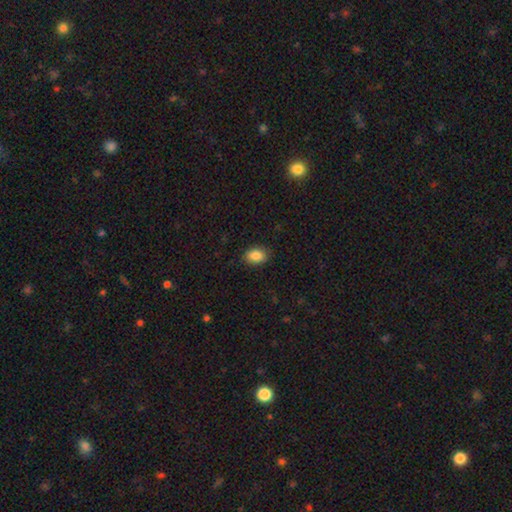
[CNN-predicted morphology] Smooth or featured: smooth — 87% (star or artifact — 8%)
How rounded: in between — 78% (round — 21%)
Merging: none — 87% (minor disturbance — 10%)